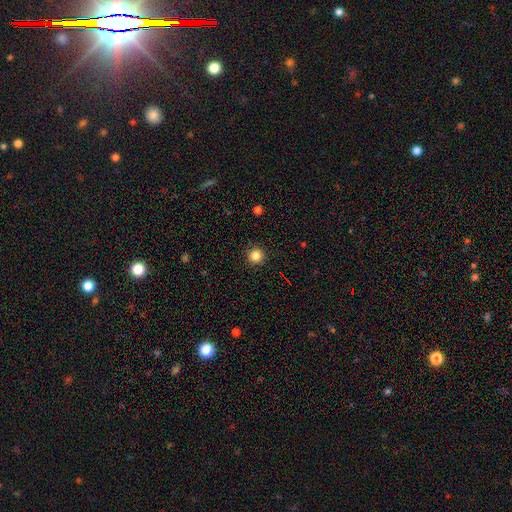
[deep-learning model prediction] This is clearly a smooth galaxy (84%). How rounded: clearly round (95%). Merging: clearly none (92%).